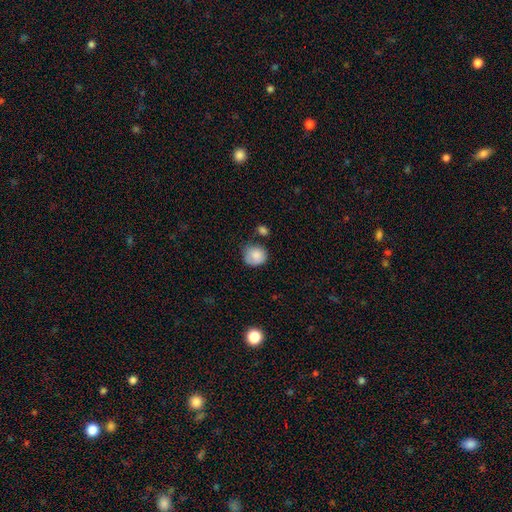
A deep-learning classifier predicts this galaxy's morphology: A smooth galaxy with no disk features (84%) that is round (79%).

Vote fractions:
- Smooth or featured? smooth: 84% / star or artifact: 8% / featured or disk: 7%
- How rounded? round: 79% / in between: 20% / cigar-shaped: 1%
- Merging? none: 54% / minor disturbance: 30% / major disturbance: 8% / merger: 8%